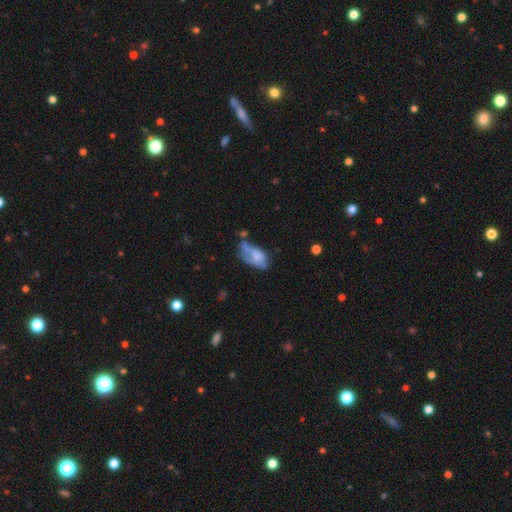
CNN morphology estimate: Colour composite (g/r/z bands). It shows a smooth galaxy with no disk features (53%) that is in between round and cigar-shaped (90%). Merging: major disturbance (30%).